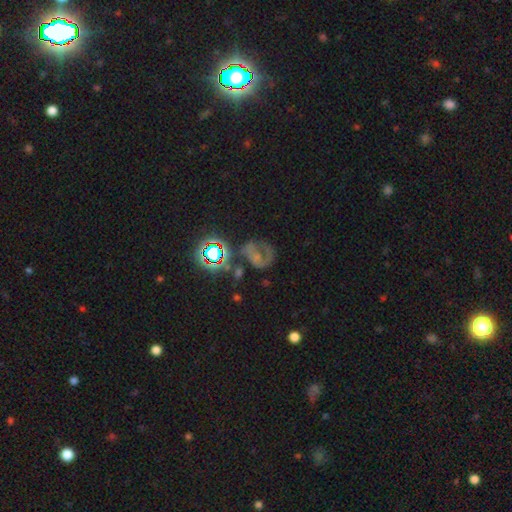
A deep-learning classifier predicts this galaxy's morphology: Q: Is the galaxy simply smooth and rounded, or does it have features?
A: featured or disk — 43%.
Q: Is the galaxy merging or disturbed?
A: none — 40%.